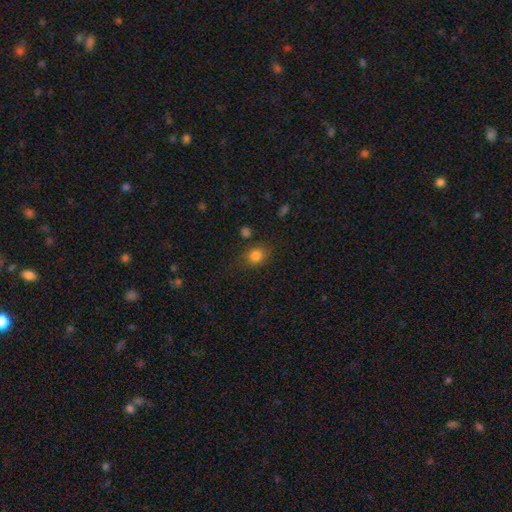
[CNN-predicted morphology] smooth_or_featured: smooth (p=0.82) [alt: star or artifact p=0.12]
how_rounded: round (p=0.63) [alt: in between p=0.36]
merging: none (p=0.80) [alt: minor disturbance p=0.13]